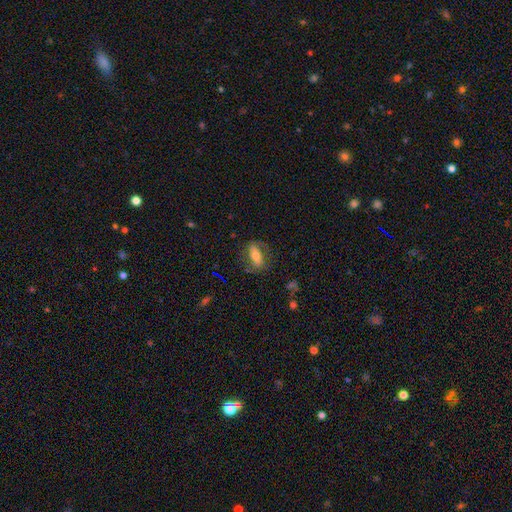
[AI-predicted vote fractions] A smooth galaxy with no disk features (52%) that is in between round and cigar-shaped (73%). Merging: none (68%).